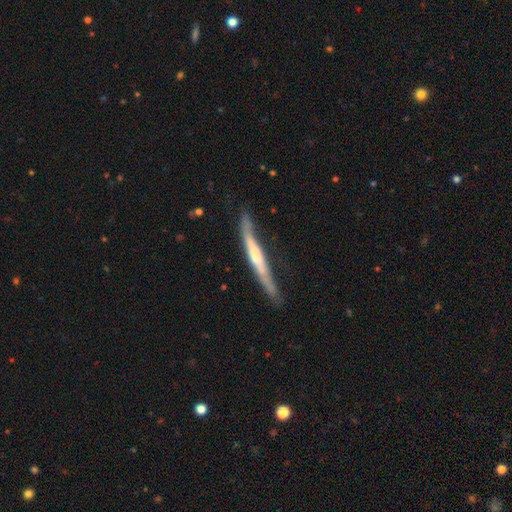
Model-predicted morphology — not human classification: A featured or disk galaxy (63%) viewed edge-on (92%) with no central bulge (41%). Merging: none (68%).